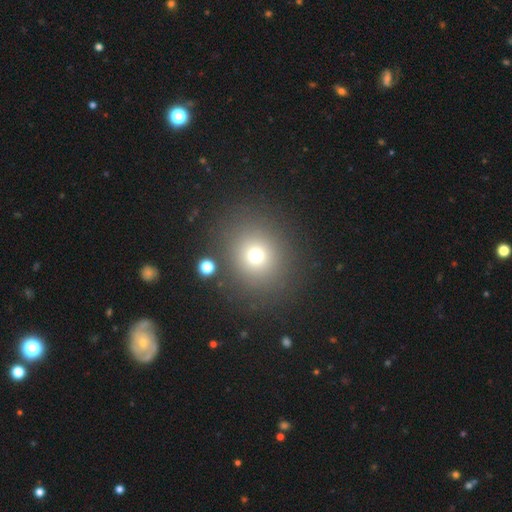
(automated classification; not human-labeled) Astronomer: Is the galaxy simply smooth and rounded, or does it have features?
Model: smooth — 72%.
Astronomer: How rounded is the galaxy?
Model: round — 83%.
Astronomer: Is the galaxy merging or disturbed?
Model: none — 84%.